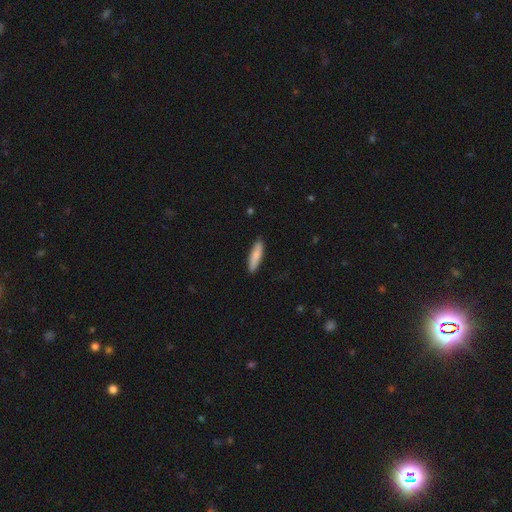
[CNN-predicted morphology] smooth_or_featured: smooth (p=0.81) [alt: featured or disk p=0.13]
how_rounded: cigar-shaped (p=0.72) [alt: in between p=0.27]
merging: none (p=0.87) [alt: minor disturbance p=0.10]